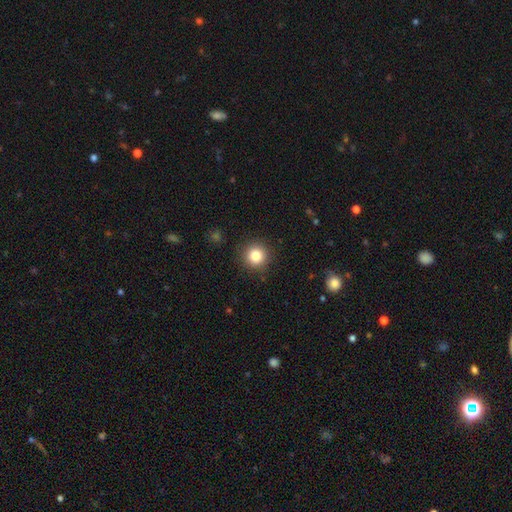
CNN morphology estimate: A smooth galaxy with no disk features (84%) that is round (94%).

Vote fractions:
- Smooth or featured? smooth: 84% / star or artifact: 10% / featured or disk: 6%
- How rounded? round: 94% / in between: 5% / cigar-shaped: 1%
- Merging? none: 90% / minor disturbance: 6% / major disturbance: 2% / merger: 1%